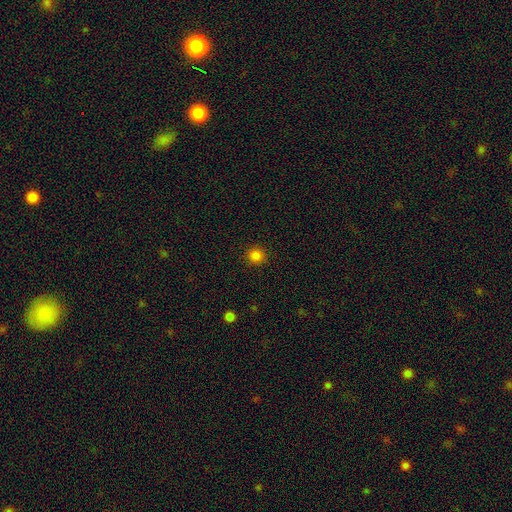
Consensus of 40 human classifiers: Morphology: type=smooth (85%); roundness=round (94%); merging=none (94%).